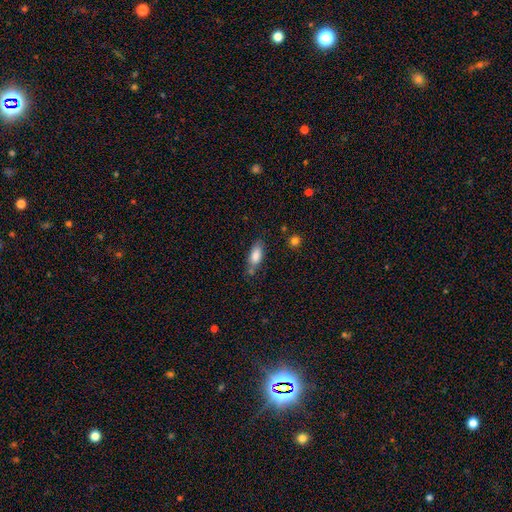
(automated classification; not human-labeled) Morphology: type=smooth (83%); roundness=in between (78%); merging=none (62%).